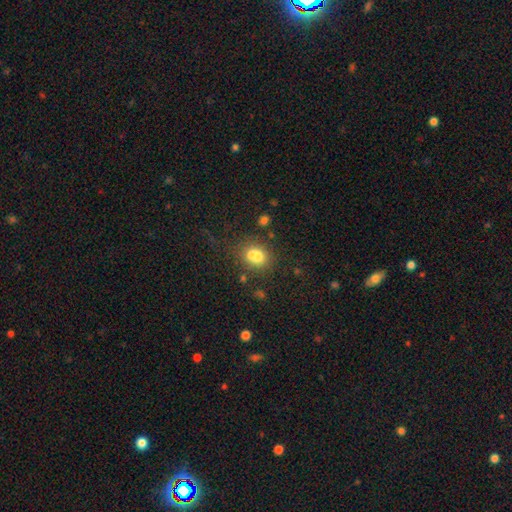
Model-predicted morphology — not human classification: smooth_or_featured: smooth (p=0.73) [alt: featured or disk p=0.15]
how_rounded: in between (p=0.51) [alt: round p=0.48]
merging: none (p=0.43) [alt: merger p=0.35]